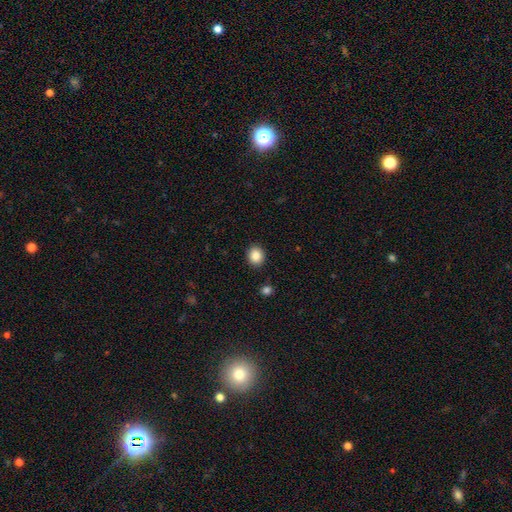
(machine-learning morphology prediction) A smooth galaxy with no disk features (86%) that is round (67%). Merging: none (90%).